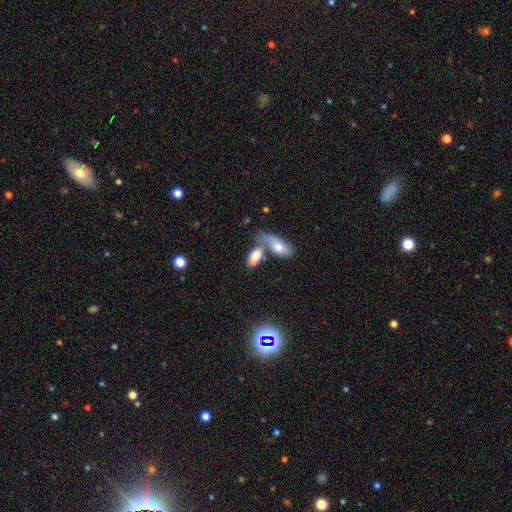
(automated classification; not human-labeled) A smooth galaxy with no disk features (75%) that is in between round and cigar-shaped (87%). Merging: merger (50%).